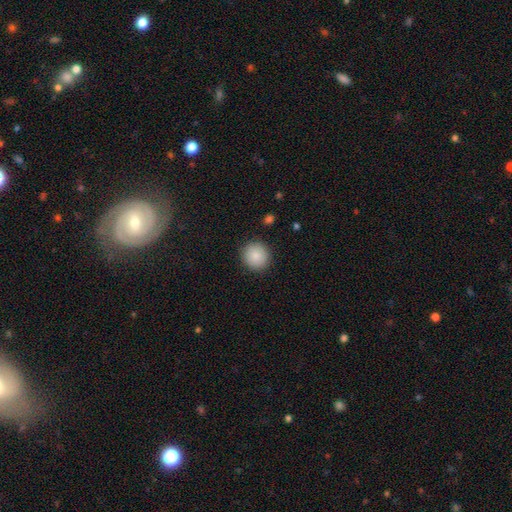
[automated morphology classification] This appears to be a smooth galaxy with no disk features (87%) that is round (92%). Merging: none (90%).